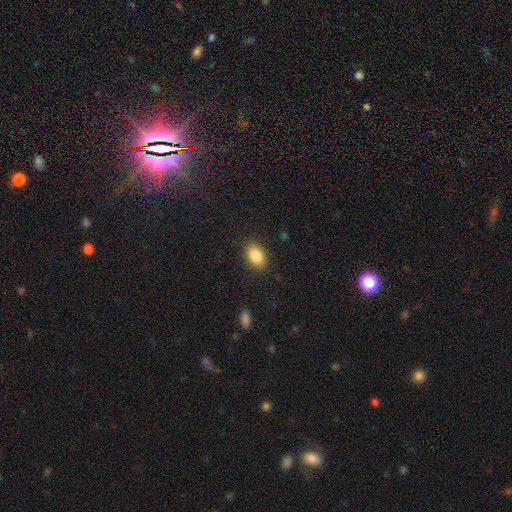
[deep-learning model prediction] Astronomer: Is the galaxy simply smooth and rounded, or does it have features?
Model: smooth — 87%.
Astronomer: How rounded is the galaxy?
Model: in between — 86%.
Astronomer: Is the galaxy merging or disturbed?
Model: none — 87%.